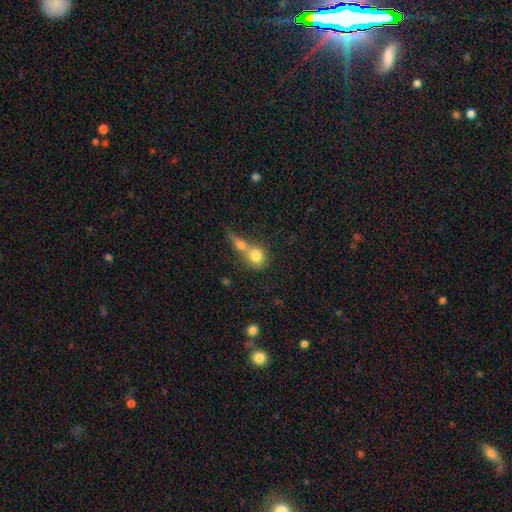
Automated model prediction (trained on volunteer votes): Smooth or featured?
  - smooth: 78% *
  - featured or disk: 13%
  - star or artifact: 9%
How rounded?
  - round: 72% *
  - in between: 25%
  - cigar-shaped: 3%
Merging?
  - merger: 62% *
  - none: 27%
  - minor disturbance: 7%
  - major disturbance: 4%